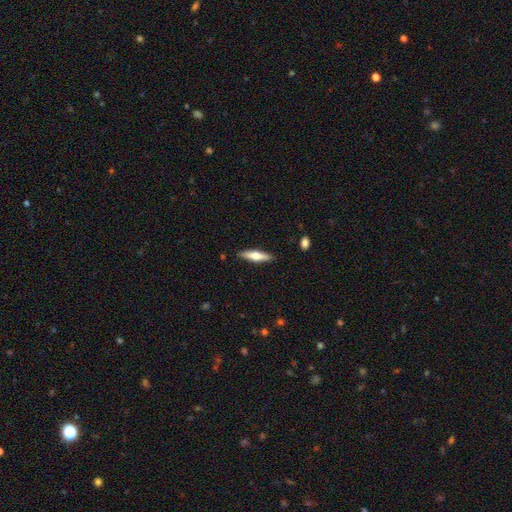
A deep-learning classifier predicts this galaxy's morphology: This is possibly a smooth galaxy (52%). How rounded: likely cigar-shaped (72%). Merging: clearly none (89%).